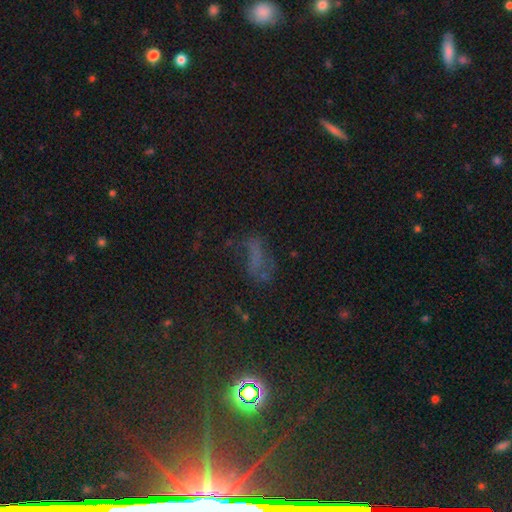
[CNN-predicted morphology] Smooth or featured: smooth — 38% (star or artifact — 34%)
Merging: none — 41% (major disturbance — 30%)